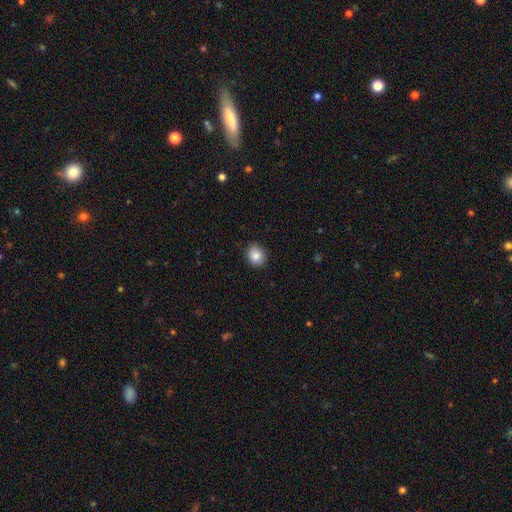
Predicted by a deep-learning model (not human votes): smooth_or_featured: smooth (p=0.85) [alt: star or artifact p=0.09]
how_rounded: round (p=0.73) [alt: in between p=0.27]
merging: none (p=0.86) [alt: minor disturbance p=0.11]